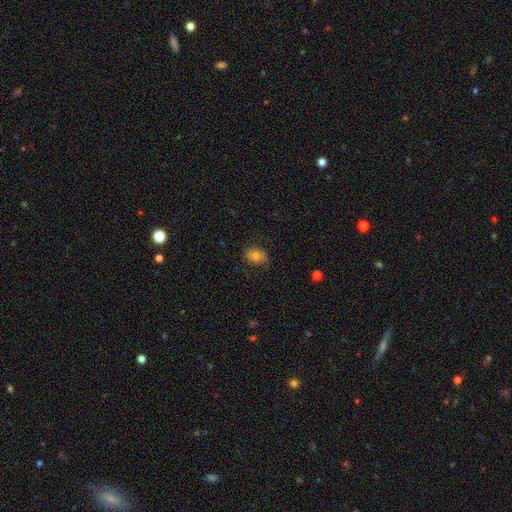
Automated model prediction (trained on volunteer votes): A smooth galaxy with no disk features (71%) that is in between round and cigar-shaped (76%). Merging: none (76%).